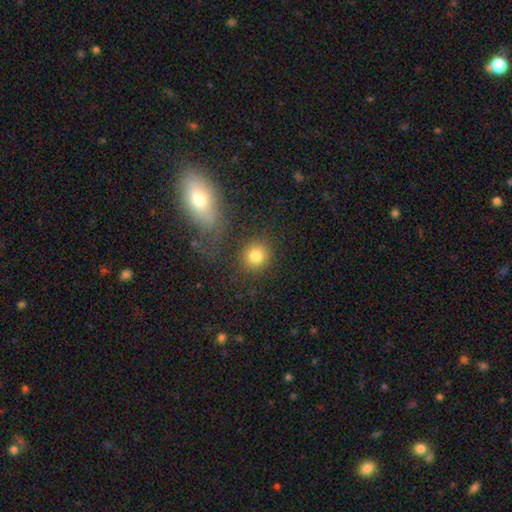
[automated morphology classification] A smooth galaxy with no disk features (82%) that is round (85%). Merging: none (80%).